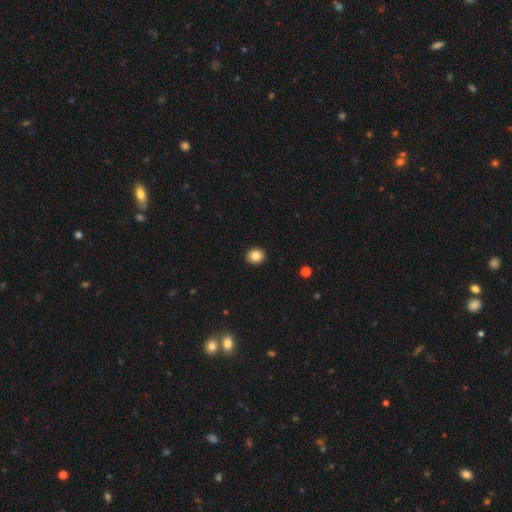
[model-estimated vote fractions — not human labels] smooth 85%, star or artifact 10%, featured or disk 5%. Down the decision tree: how rounded — round (78%); merging — none (92%).